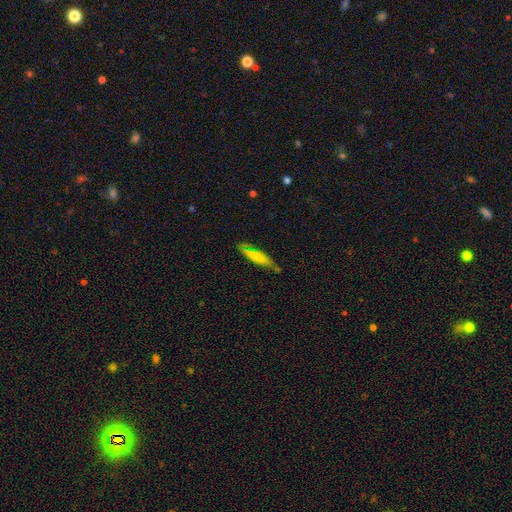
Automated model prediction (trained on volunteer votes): Morphology: type=smooth (65%); roundness=cigar-shaped (77%); merging=none (67%).